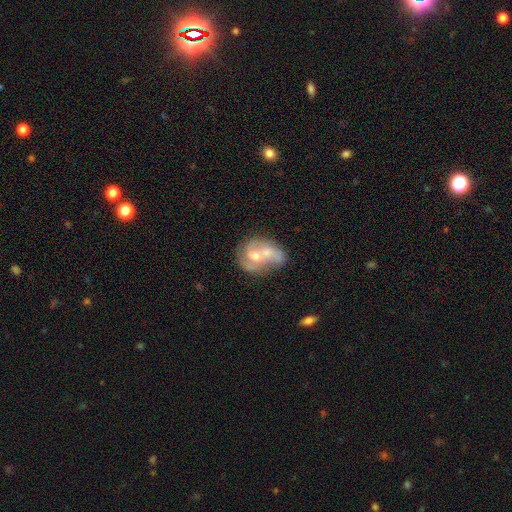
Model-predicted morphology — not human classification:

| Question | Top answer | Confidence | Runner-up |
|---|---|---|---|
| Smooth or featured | featured or disk | 69% | smooth (24%) |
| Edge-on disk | no | 97% | yes (3%) |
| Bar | no | 68% | weak (26%) |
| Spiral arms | yes | 75% | no (25%) |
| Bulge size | moderate | 62% | small (30%) |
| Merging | merger | 57% | none (24%) |